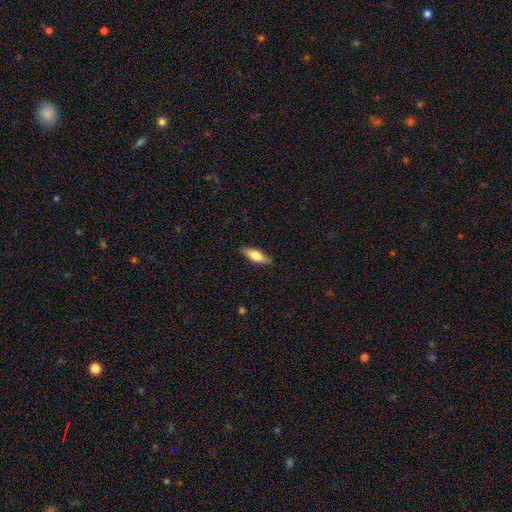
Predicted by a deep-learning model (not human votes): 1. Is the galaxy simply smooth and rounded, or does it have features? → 62% smooth, 32% featured or disk, 6% star or artifact.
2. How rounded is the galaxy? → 64% in between, 33% cigar-shaped, 3% round.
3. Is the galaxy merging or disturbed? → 86% none, 11% minor disturbance, 2% major disturbance, 1% merger.